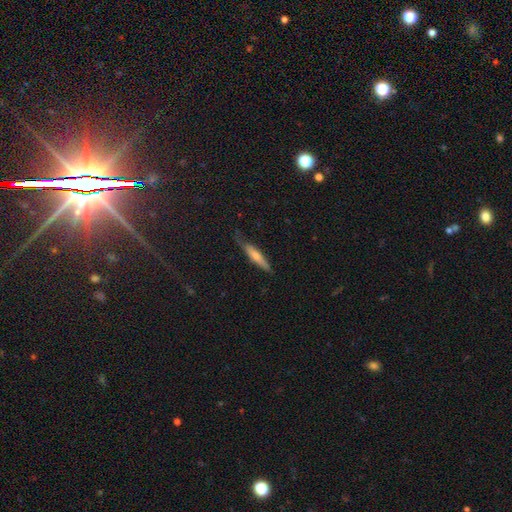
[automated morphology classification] Smooth or featured? smooth (59%)
How rounded? cigar-shaped (84%)
Merging? none (65%)